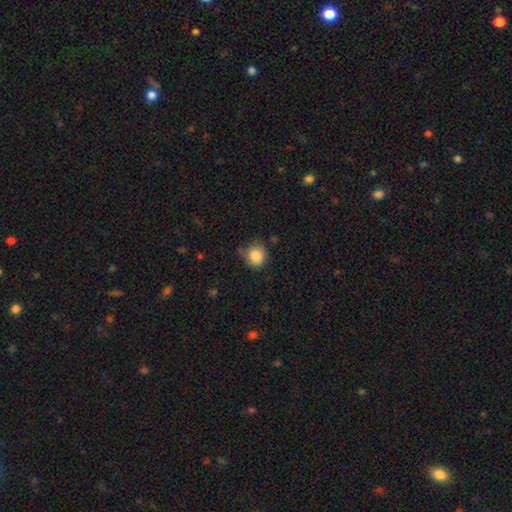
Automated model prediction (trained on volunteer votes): smooth 86%, star or artifact 9%, featured or disk 5%. Down the decision tree: how rounded — round (80%); merging — none (64%).